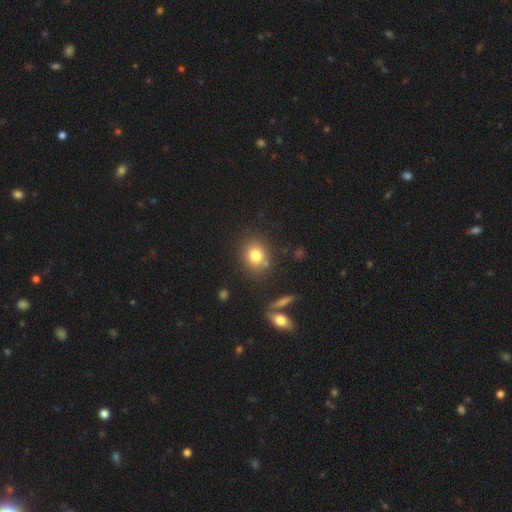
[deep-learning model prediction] Morphology: type=smooth (80%); roundness=round (69%); merging=none (78%).